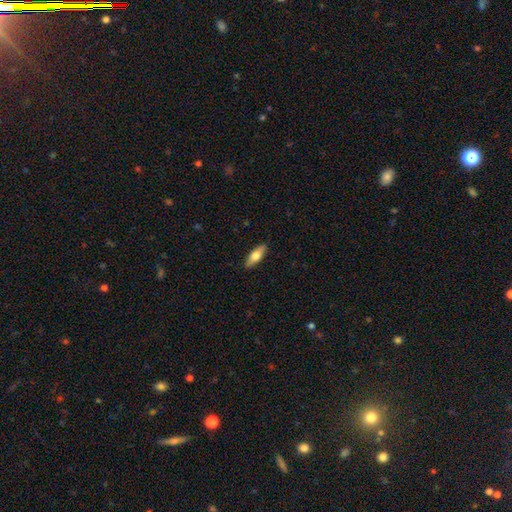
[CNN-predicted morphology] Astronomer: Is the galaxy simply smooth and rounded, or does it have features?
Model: smooth — 66%.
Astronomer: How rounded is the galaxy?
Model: in between — 61% (runner-up: cigar-shaped, 37%).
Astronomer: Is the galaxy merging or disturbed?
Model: none — 89%.